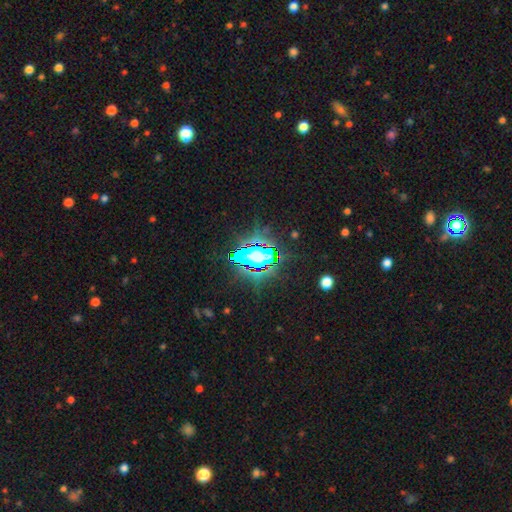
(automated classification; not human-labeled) Morphology: type=star or artifact (66%).